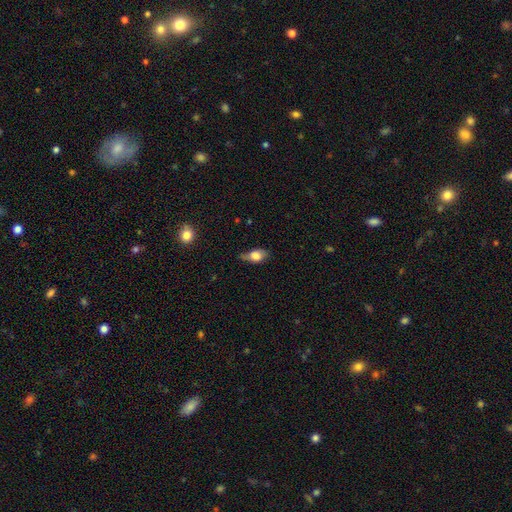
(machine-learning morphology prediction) Q: Smooth or featured?
A: smooth (74%); runner-up: featured or disk (18%)
Q: How rounded?
A: in between (82%); runner-up: round (14%)
Q: Merging?
A: none (43%); runner-up: minor disturbance (41%)